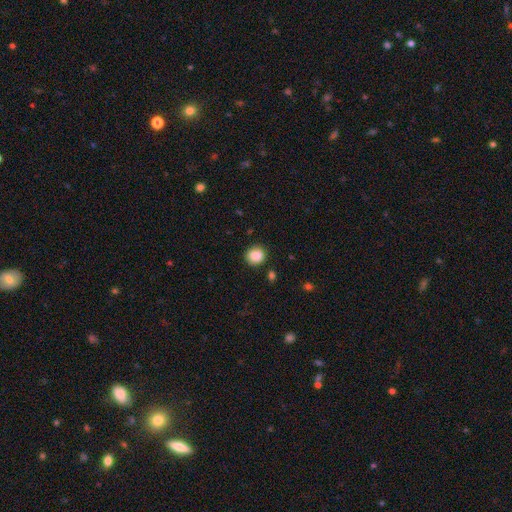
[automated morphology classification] A smooth galaxy with no disk features (87%) that is round (77%).

Vote fractions:
- Smooth or featured? smooth: 87% / star or artifact: 9% / featured or disk: 4%
- How rounded? round: 77% / in between: 22% / cigar-shaped: 1%
- Merging? none: 82% / minor disturbance: 12% / major disturbance: 3% / merger: 3%